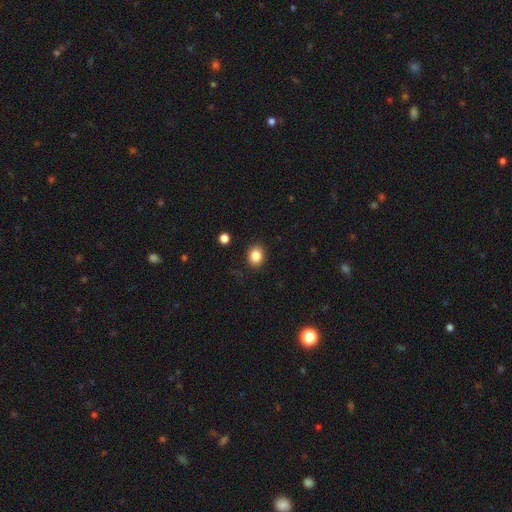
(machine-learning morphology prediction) A smooth galaxy with no disk features (85%) that is round (63%). Merging: none (89%).